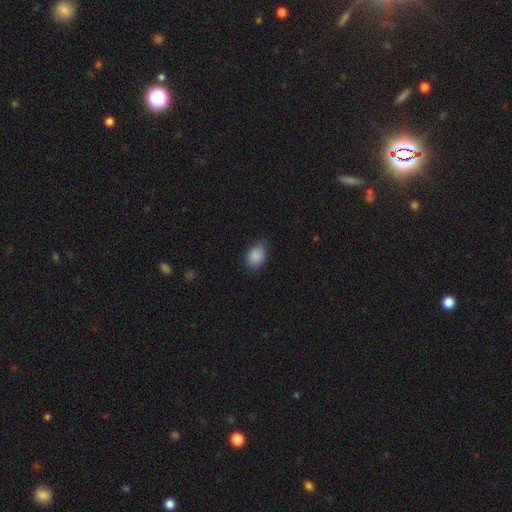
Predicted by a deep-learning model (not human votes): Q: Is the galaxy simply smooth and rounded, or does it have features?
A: smooth — 88%.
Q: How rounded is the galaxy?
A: in between — 74%.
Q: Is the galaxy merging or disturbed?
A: none — 75%.